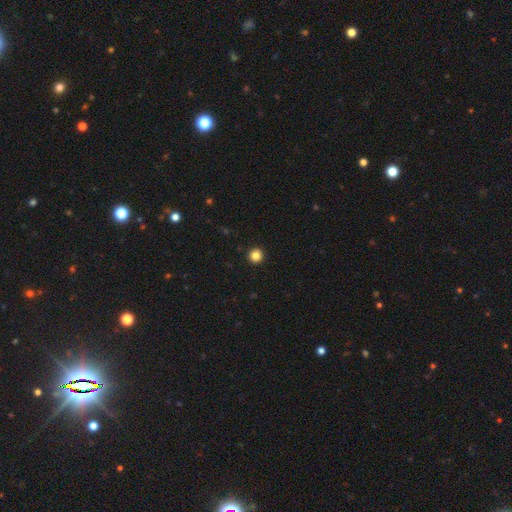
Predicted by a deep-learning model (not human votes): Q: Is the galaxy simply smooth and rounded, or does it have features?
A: smooth — 85%.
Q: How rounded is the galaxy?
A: round — 96%.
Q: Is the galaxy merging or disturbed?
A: none — 94%.